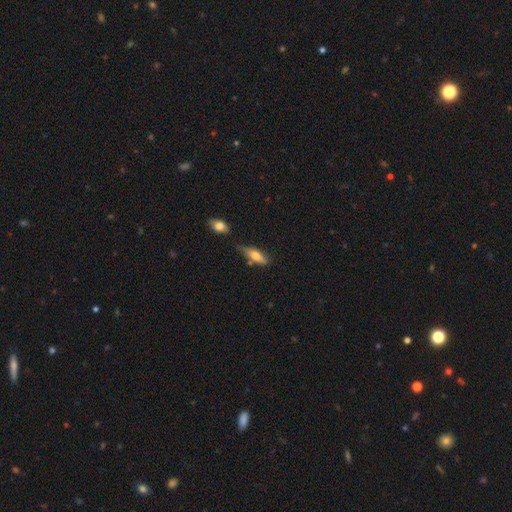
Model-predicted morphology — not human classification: Smooth or featured: smooth — 65% (featured or disk — 29%)
How rounded: in between — 53% (cigar-shaped — 45%)
Merging: none — 58% (minor disturbance — 25%)